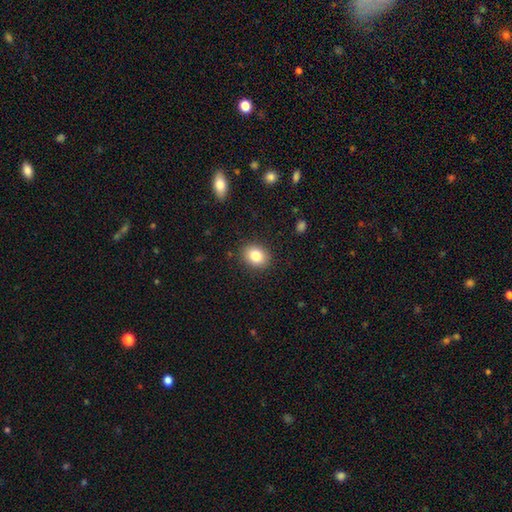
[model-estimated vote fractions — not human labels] This is clearly a smooth galaxy (83%). How rounded: possibly in between (53%). Merging: clearly none (88%).